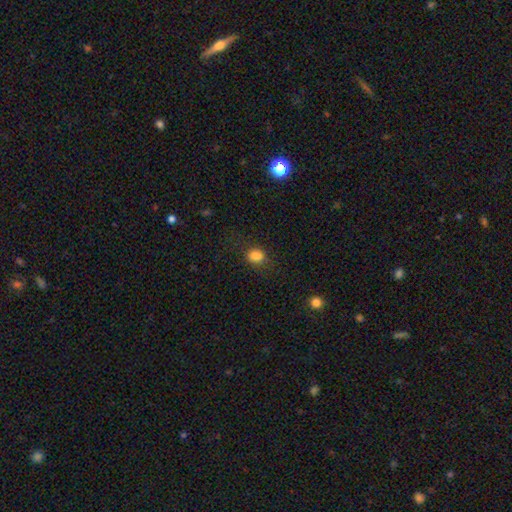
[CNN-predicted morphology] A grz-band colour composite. It shows a smooth galaxy with no disk features (82%) that is round (51%). Merging: none (70%).